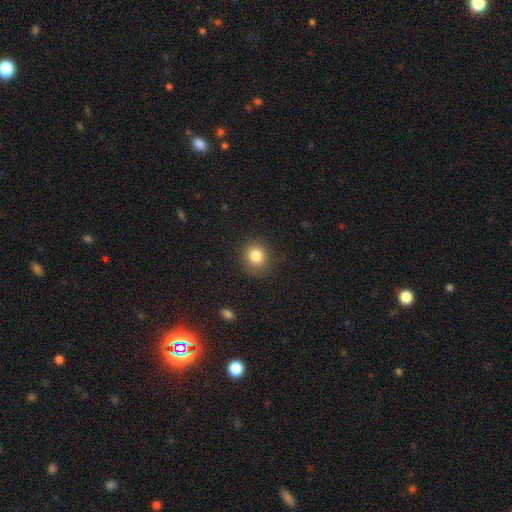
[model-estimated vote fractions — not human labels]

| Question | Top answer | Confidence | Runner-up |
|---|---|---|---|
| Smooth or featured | smooth | 83% | star or artifact (11%) |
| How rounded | round | 82% | in between (17%) |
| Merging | none | 87% | minor disturbance (9%) |